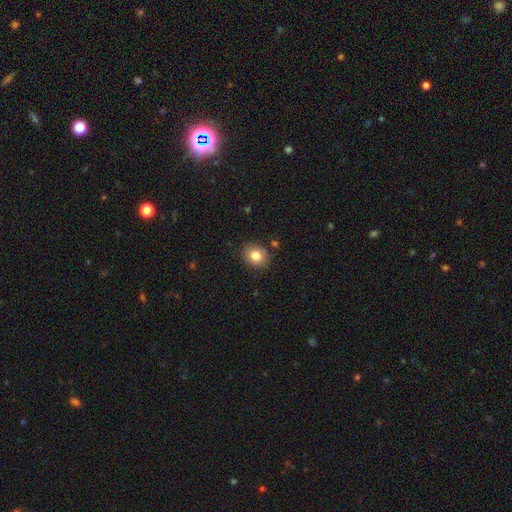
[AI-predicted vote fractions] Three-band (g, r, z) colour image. It shows a smooth galaxy with no disk features (82%) that is round (67%). Merging: none (85%).